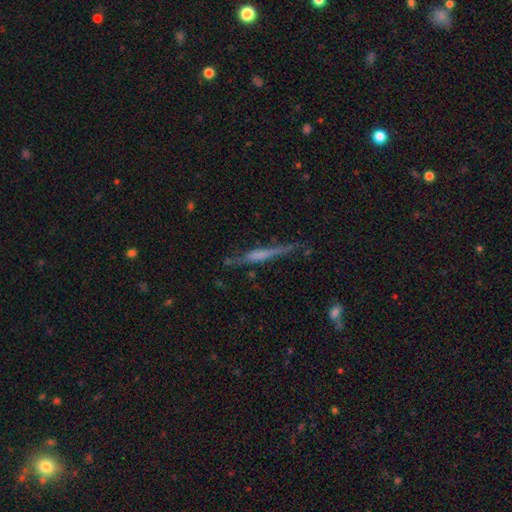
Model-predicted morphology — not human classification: Q: Smooth or featured?
A: featured or disk (59%); runner-up: smooth (33%)
Q: Edge-on disk?
A: yes (94%); runner-up: no (6%)
Q: Edge-on bulge?
A: none (52%); runner-up: boxy (28%)
Q: Merging?
A: none (71%); runner-up: minor disturbance (19%)